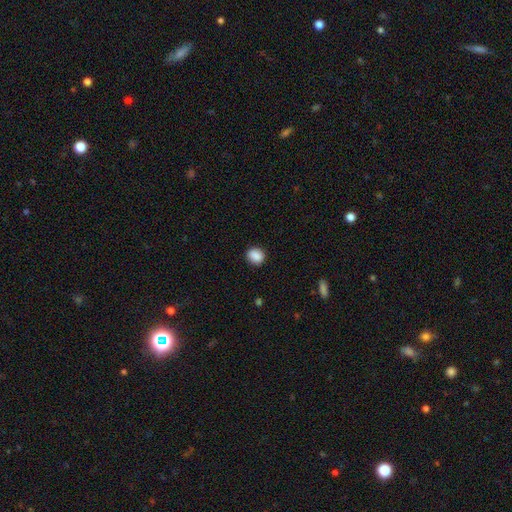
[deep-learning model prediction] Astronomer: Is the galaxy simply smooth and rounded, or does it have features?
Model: smooth — 88%.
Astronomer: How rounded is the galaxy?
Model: round — 65%.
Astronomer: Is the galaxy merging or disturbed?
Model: none — 87%.